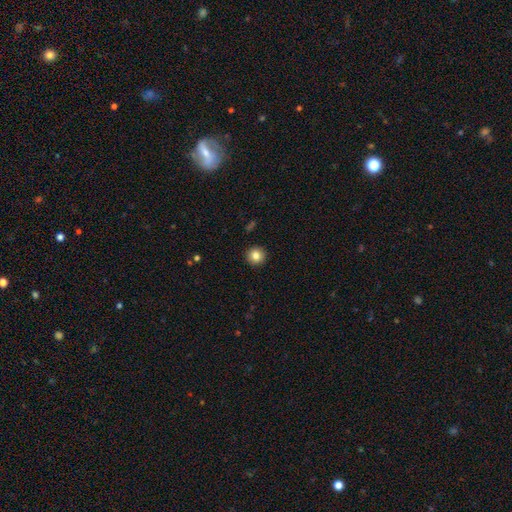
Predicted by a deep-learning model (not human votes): A smooth galaxy with no disk features (84%) that is round (95%). Merging: none (93%).